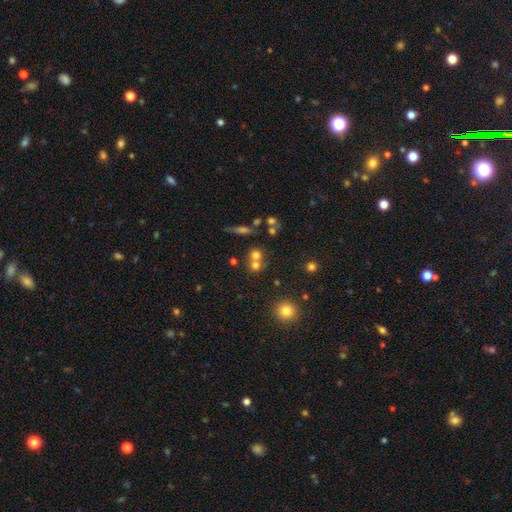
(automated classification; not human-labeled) Smooth or featured?
  - smooth: 66% *
  - star or artifact: 17%
  - featured or disk: 16%
How rounded?
  - round: 85% *
  - in between: 14%
  - cigar-shaped: 2%
Merging?
  - merger: 47% *
  - none: 43%
  - minor disturbance: 7%
  - major disturbance: 4%